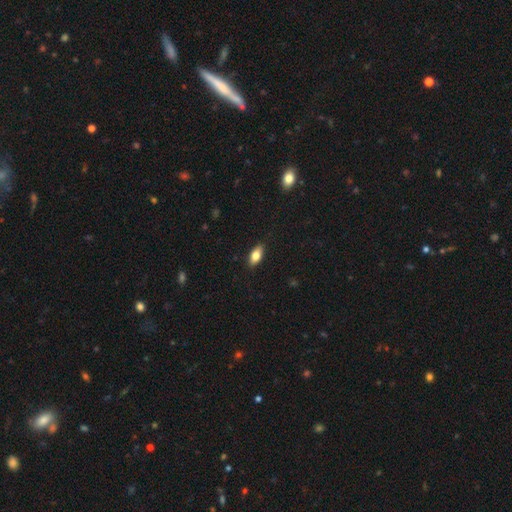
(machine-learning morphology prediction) Overall: smooth (78%). How rounded: in between (88%). Merging: none (87%).